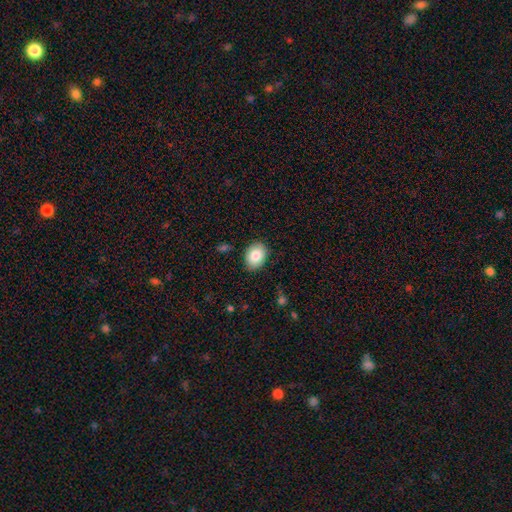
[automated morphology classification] Q: Smooth or featured?
A: smooth (84%); runner-up: featured or disk (9%)
Q: How rounded?
A: in between (71%); runner-up: round (28%)
Q: Merging?
A: none (87%); runner-up: minor disturbance (10%)